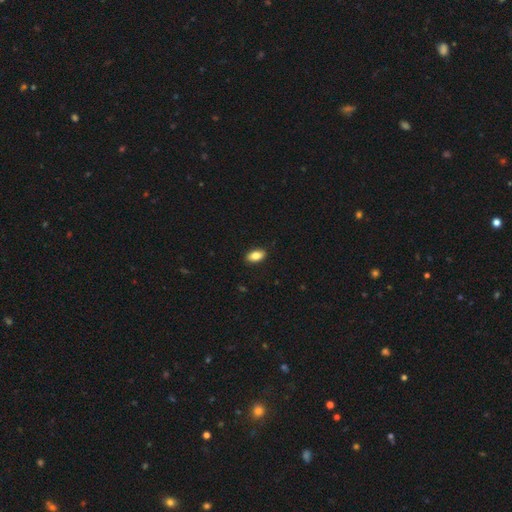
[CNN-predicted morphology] smooth-or-featured: smooth: 85% | featured or disk: 8% | star or artifact: 7%
  how-rounded: in between: 92% | round: 4% | cigar-shaped: 4%
  merging: none: 89% | minor disturbance: 8% | major disturbance: 2% | merger: 1%